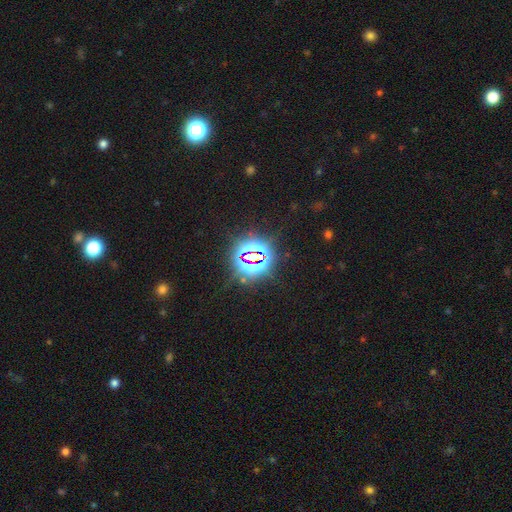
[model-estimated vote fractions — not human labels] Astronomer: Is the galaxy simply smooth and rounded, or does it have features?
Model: star or artifact — 80%.